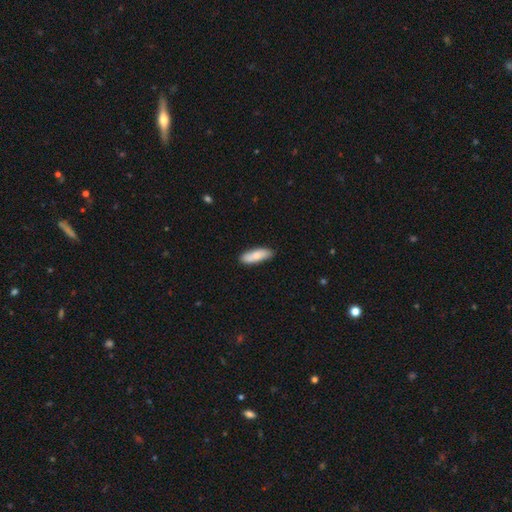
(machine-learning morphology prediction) Overall: smooth (77%). How rounded: in between (57%; cigar-shaped 41%). Merging: none (86%).